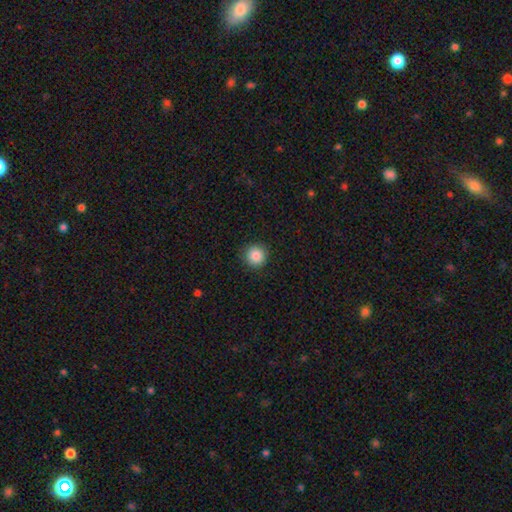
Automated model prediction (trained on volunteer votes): A smooth galaxy with no disk features (87%) that is round (95%). Merging: none (92%).